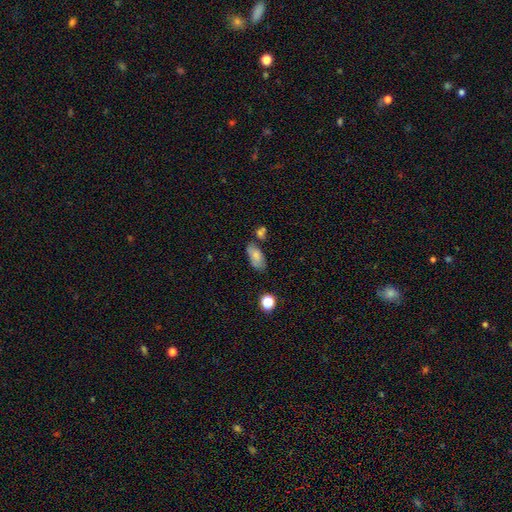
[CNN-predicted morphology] Q: Smooth or featured?
A: smooth (76%); runner-up: featured or disk (15%)
Q: How rounded?
A: in between (89%); runner-up: cigar-shaped (8%)
Q: Merging?
A: none (66%); runner-up: minor disturbance (20%)